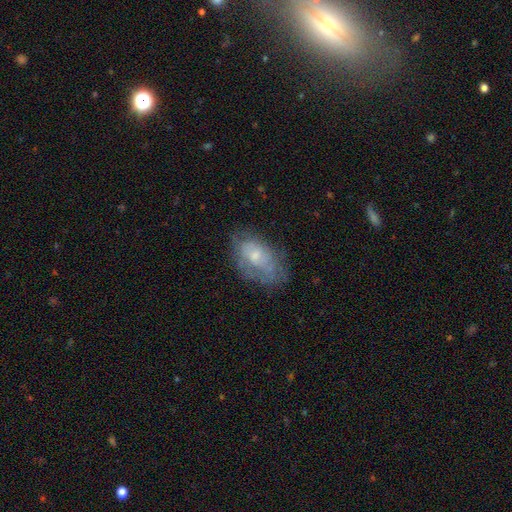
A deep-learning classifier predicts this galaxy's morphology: Smooth or featured?
  - featured or disk: 50% *
  - smooth: 41%
  - star or artifact: 8%
Edge-on disk?
  - no: 95% *
  - yes: 5%
Merging?
  - none: 53% *
  - minor disturbance: 28%
  - major disturbance: 17%
  - merger: 2%